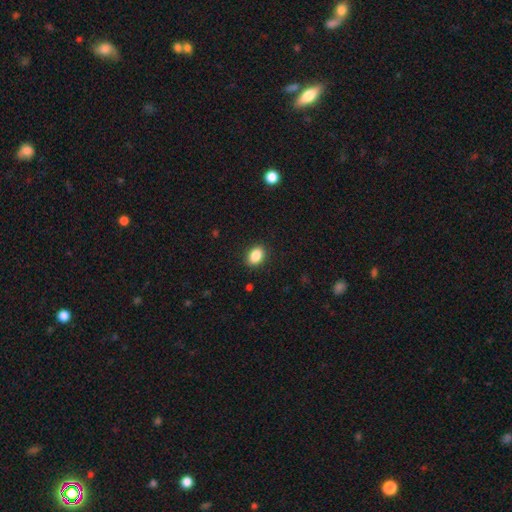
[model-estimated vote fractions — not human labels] Q: Smooth or featured?
A: smooth (87%); runner-up: star or artifact (9%)
Q: How rounded?
A: in between (79%); runner-up: round (19%)
Q: Merging?
A: none (89%); runner-up: minor disturbance (8%)